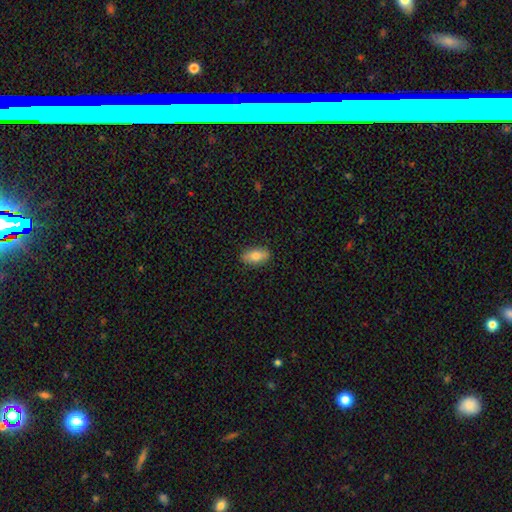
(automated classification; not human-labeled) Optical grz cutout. It shows a smooth galaxy with no disk features (76%) that is in between round and cigar-shaped (85%). Merging: none (87%).